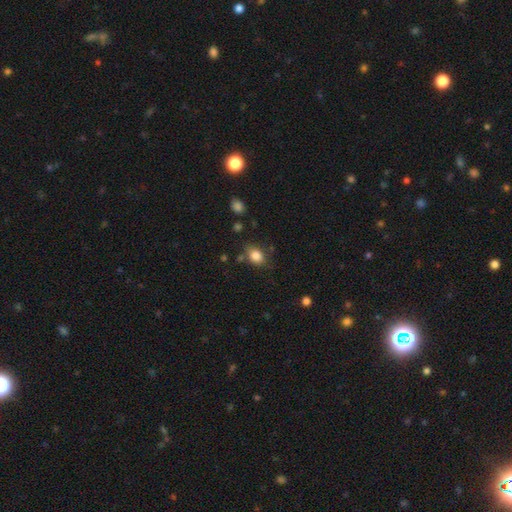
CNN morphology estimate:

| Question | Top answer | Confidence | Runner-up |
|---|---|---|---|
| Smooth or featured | smooth | 84% | star or artifact (10%) |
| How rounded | in between | 65% | round (33%) |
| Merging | none | 73% | minor disturbance (17%) |